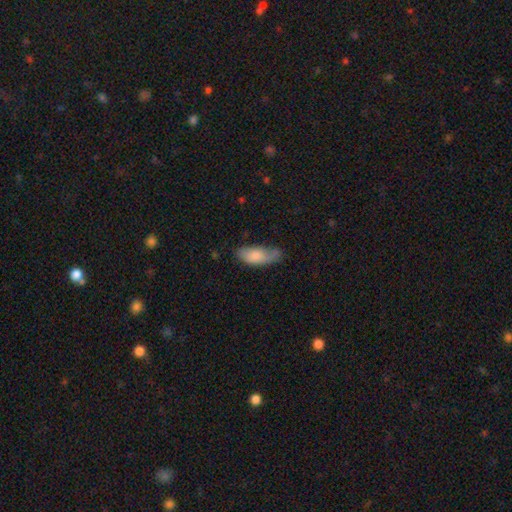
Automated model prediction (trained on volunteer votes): Overall: smooth (76%). How rounded: in between (82%). Merging: none (46%; minor disturbance 35%).